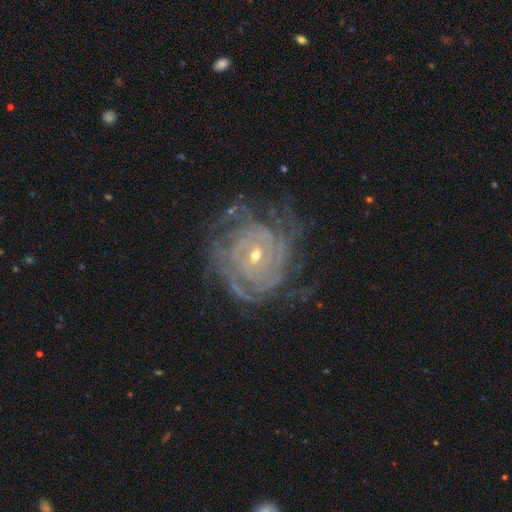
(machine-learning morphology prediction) This appears to be a featured or disk galaxy (89%) with no bar (52%), tight (81%) spiral arms (97%) and a small central bulge (63%). Merging: none (67%).